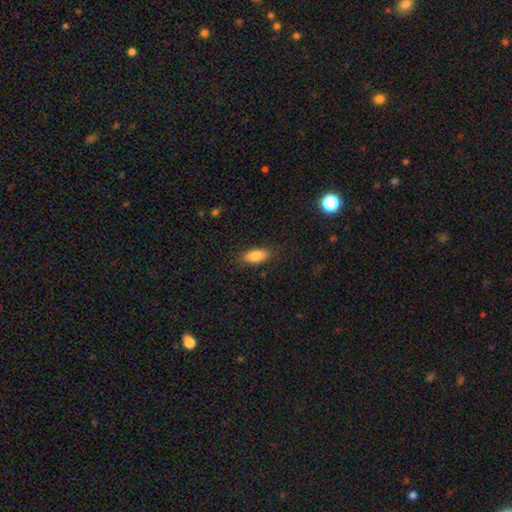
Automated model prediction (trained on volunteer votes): smooth_or_featured: smooth (p=0.83) [alt: featured or disk p=0.09]
how_rounded: in between (p=0.85) [alt: cigar-shaped p=0.13]
merging: none (p=0.85) [alt: minor disturbance p=0.11]